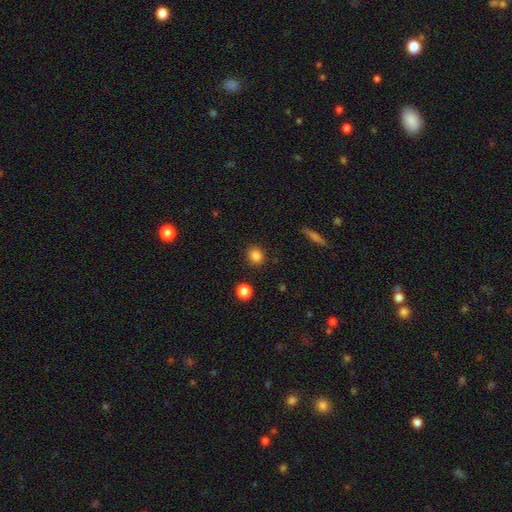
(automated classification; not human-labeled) Overall: smooth (85%). How rounded: round (83%). Merging: none (89%).